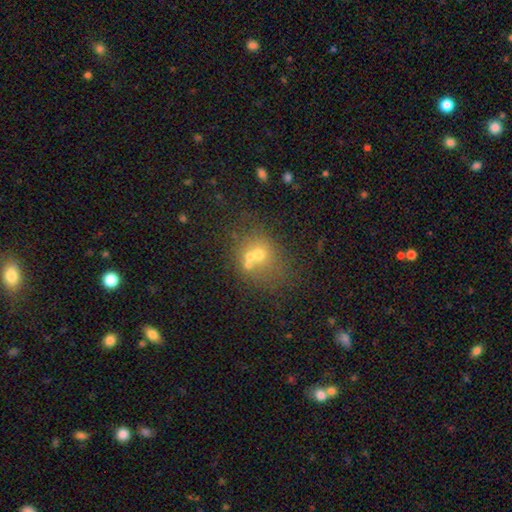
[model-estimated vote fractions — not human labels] Morphology: type=smooth (53%); roundness=round (71%); merging=merger (42%).